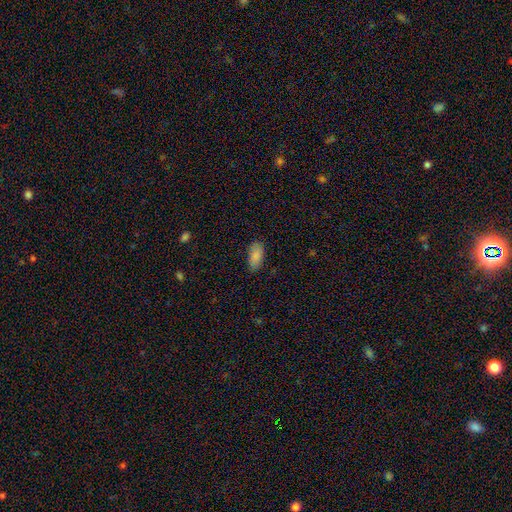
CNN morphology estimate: smooth-or-featured: smooth: 88% | star or artifact: 7% | featured or disk: 5%
  how-rounded: in between: 90% | cigar-shaped: 8% | round: 2%
  merging: none: 84% | minor disturbance: 12% | major disturbance: 3% | merger: 1%